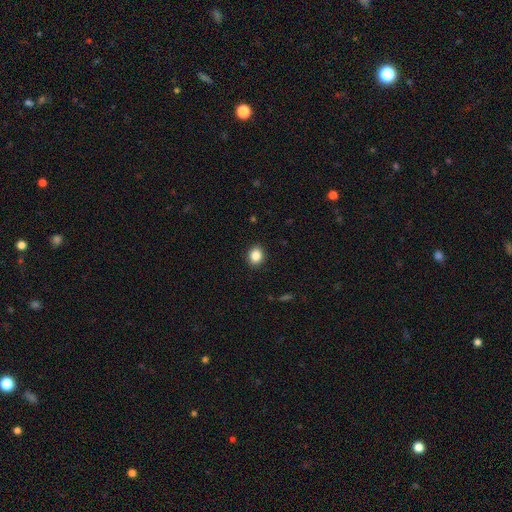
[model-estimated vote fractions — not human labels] This appears to be a smooth galaxy with no disk features (86%) that is round (54%). Merging: none (91%).